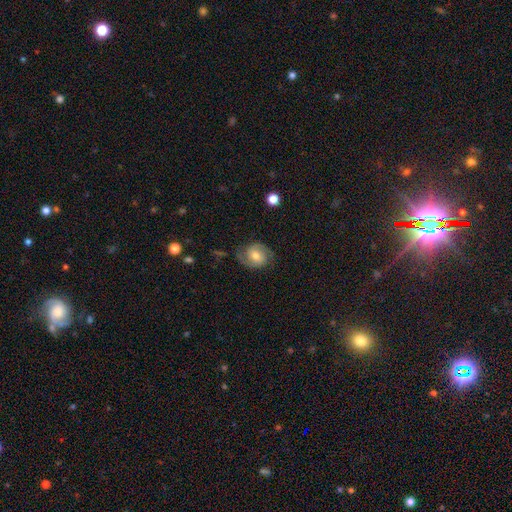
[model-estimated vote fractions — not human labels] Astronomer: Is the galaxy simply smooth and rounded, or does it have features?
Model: featured or disk — 77%.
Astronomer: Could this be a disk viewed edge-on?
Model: no — 98%.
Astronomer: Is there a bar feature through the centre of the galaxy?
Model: no — 56% (runner-up: weak, 35%).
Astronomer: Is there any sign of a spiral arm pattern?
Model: yes — 94%.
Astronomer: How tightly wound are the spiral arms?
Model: medium — 47% (runner-up: tight, 35%).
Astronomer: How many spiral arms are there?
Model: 2 — 90%.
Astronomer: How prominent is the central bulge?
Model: moderate — 66%.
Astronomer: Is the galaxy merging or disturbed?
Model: none — 77%.